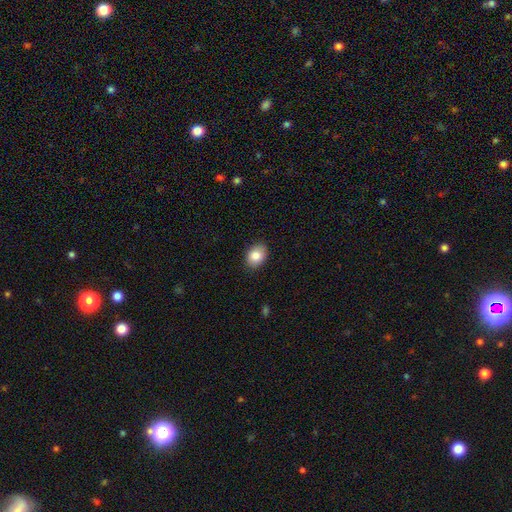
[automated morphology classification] smooth 84%, featured or disk 8%, star or artifact 8%. Down the decision tree: how rounded — in between (69%); merging — none (88%).